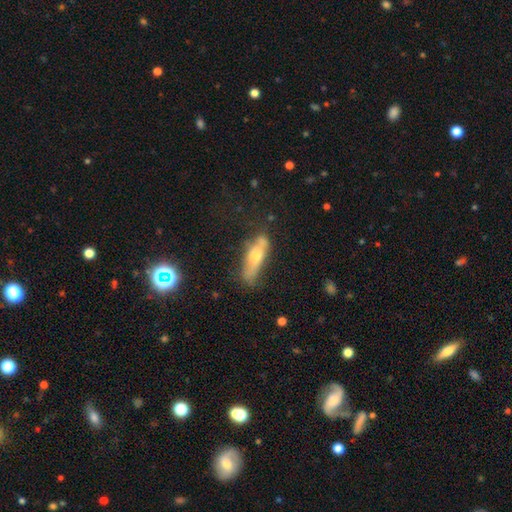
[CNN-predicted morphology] Q: Smooth or featured?
A: smooth (54%); runner-up: featured or disk (37%)
Q: How rounded?
A: cigar-shaped (55%); runner-up: in between (43%)
Q: Merging?
A: none (51%); runner-up: minor disturbance (29%)